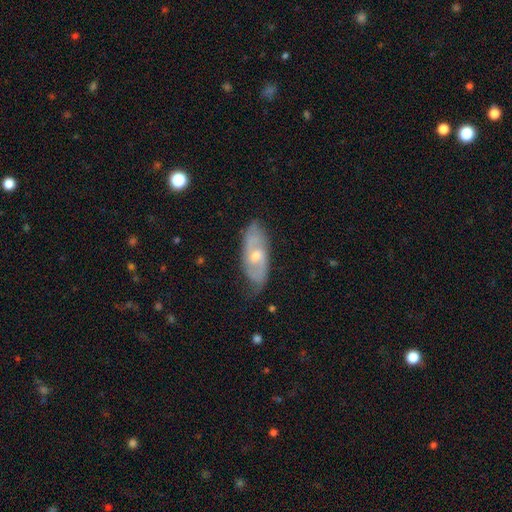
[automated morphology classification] This appears to be a featured or disk galaxy (66%) with no bar (51%), spiral arms (77%) and a moderate central bulge (55%). Merging: none (72%).